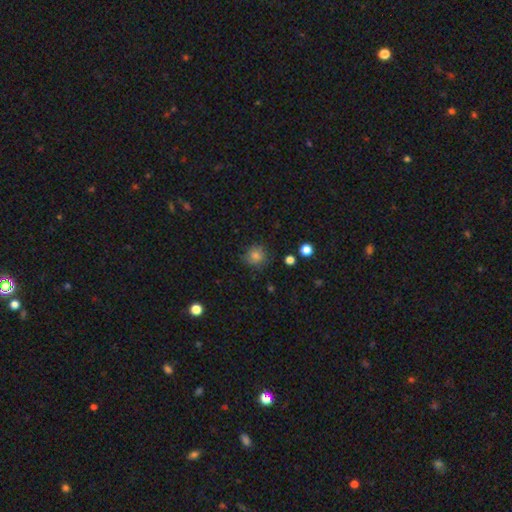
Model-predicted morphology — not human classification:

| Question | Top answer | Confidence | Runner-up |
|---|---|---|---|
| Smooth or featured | smooth | 81% | star or artifact (13%) |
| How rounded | round | 86% | in between (13%) |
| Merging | none | 82% | minor disturbance (13%) |